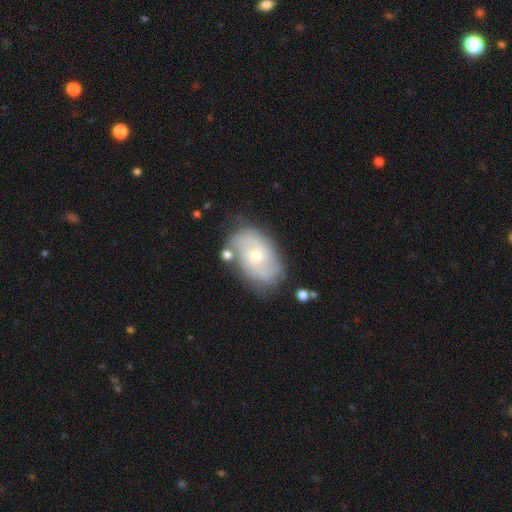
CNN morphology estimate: Q: Smooth or featured?
A: featured or disk (75%); runner-up: smooth (19%)
Q: Edge-on disk?
A: no (96%); runner-up: yes (4%)
Q: Bar?
A: no (66%); runner-up: weak (30%)
Q: Spiral arms?
A: yes (90%); runner-up: no (10%)
Q: Spiral winding?
A: medium (42%); runner-up: tight (41%)
Q: Spiral arm count?
A: 2 (54%); runner-up: can't tell (24%)
Q: Bulge size?
A: small (49%); runner-up: moderate (47%)
Q: Merging?
A: none (70%); runner-up: minor disturbance (18%)